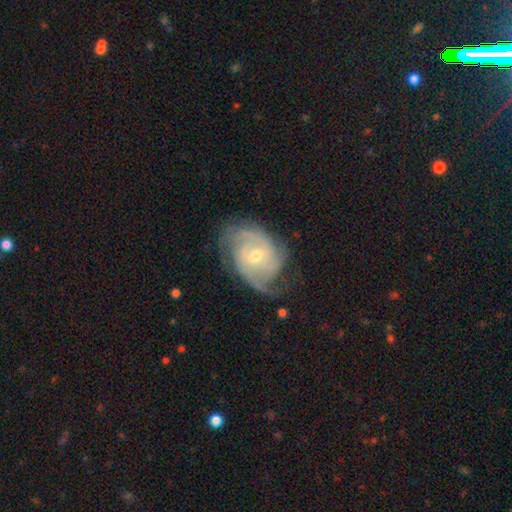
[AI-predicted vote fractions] Smooth or featured: featured or disk — 86% (smooth — 8%)
Edge-on disk: no — 97% (yes — 3%)
Bar: no — 53% (weak — 38%)
Spiral arms: yes — 96% (no — 4%)
Spiral winding: tight — 52% (medium — 37%)
Spiral arm count: 2 — 38% (3 — 27%)
Bulge size: moderate — 56% (small — 41%)
Merging: none — 65% (minor disturbance — 23%)